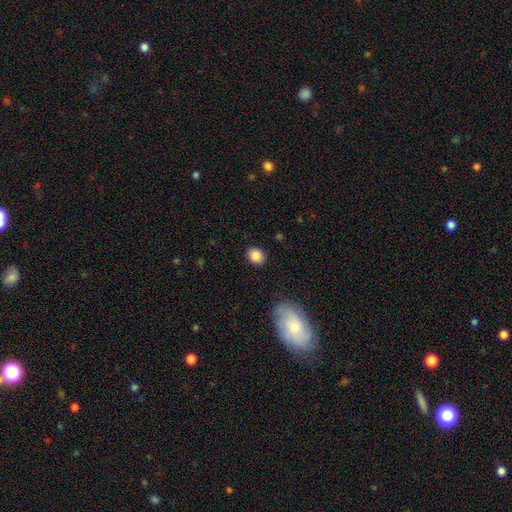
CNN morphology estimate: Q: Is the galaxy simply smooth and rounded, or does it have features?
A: smooth — 87%.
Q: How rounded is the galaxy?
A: round — 52%.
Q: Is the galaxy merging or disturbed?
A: none — 88%.